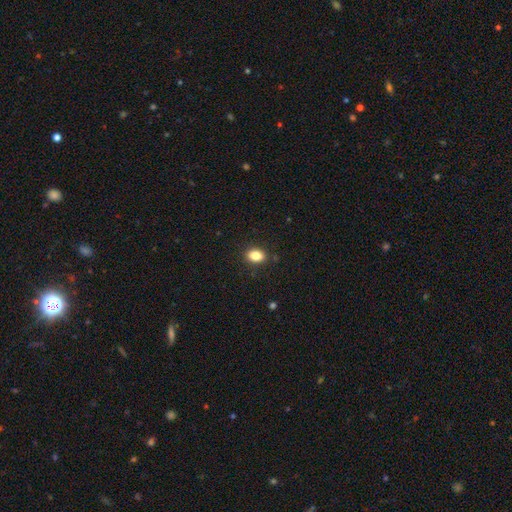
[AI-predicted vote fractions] Smooth or featured? Predicted: smooth (p=0.85). How rounded? Predicted: in between (p=0.76). Merging? Predicted: none (p=0.87).